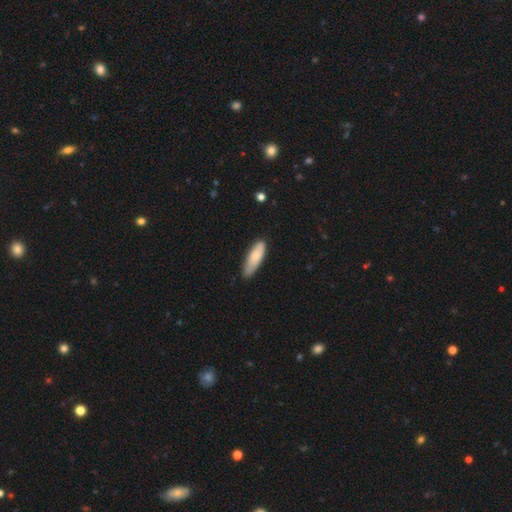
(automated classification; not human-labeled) A smooth galaxy with no disk features (76%) that is in between round and cigar-shaped (52%). Merging: none (69%).